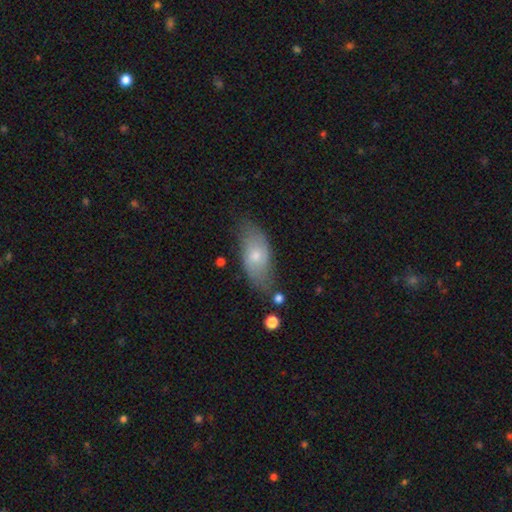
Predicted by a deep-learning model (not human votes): Smooth or featured?
  - smooth: 60% *
  - featured or disk: 32%
  - star or artifact: 8%
How rounded?
  - in between: 85% *
  - cigar-shaped: 10%
  - round: 4%
Merging?
  - none: 68% *
  - minor disturbance: 23%
  - major disturbance: 7%
  - merger: 3%